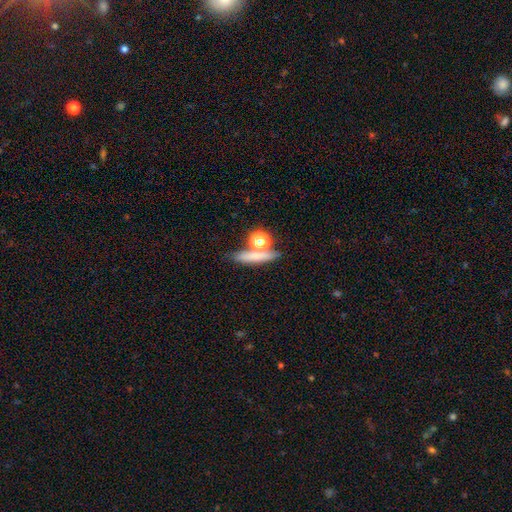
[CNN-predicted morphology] Smooth or featured? Predicted: smooth (p=0.63). How rounded? Predicted: cigar-shaped (p=0.60). Merging? Predicted: none (p=0.66).